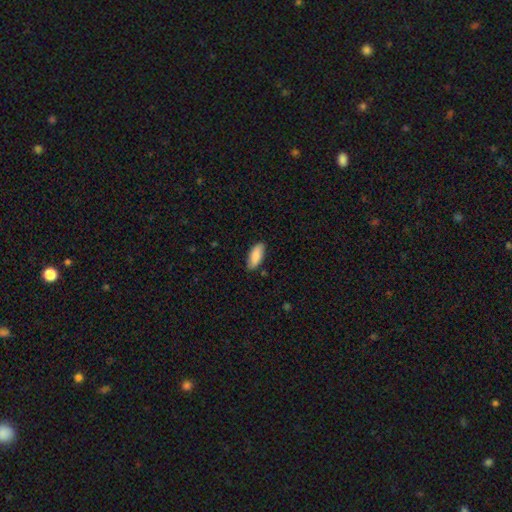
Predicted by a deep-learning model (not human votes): Smooth or featured? Predicted: smooth (p=0.85). How rounded? Predicted: in between (p=0.84). Merging? Predicted: none (p=0.85).